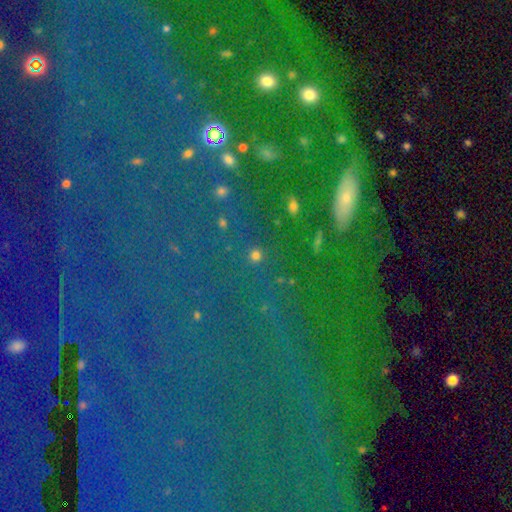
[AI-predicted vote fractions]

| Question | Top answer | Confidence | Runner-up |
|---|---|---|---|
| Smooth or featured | star or artifact | 49% | smooth (32%) |